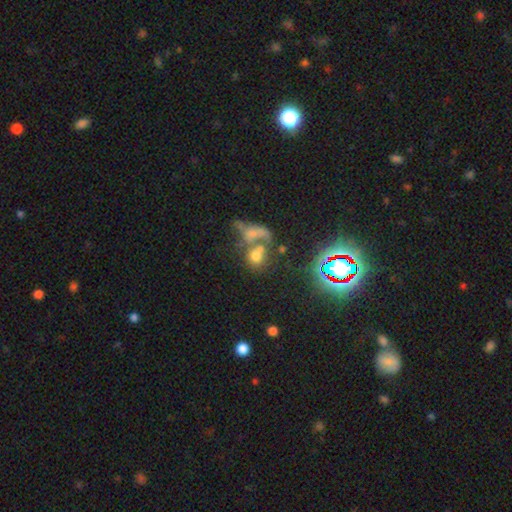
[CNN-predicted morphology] The model was most divided on "merging": merger: 50%, none: 27%, major disturbance: 13%, minor disturbance: 10%. More confident: how rounded — round (61%); smooth or featured — smooth (57%).